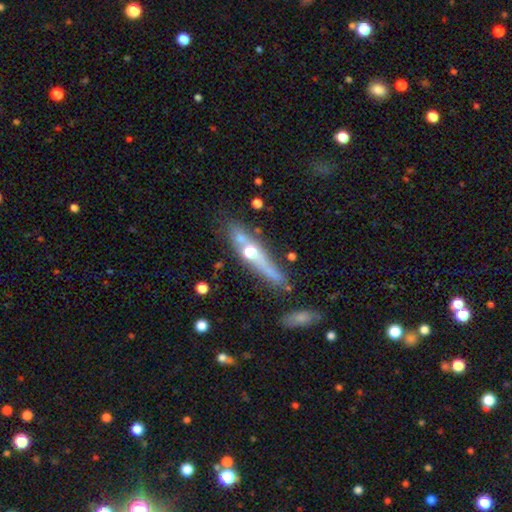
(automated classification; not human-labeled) smooth-or-featured: featured or disk: 56% | smooth: 34% | star or artifact: 10%
  disk-edge-on: yes: 82% | no: 18%
  merging: none: 57% | merger: 18% | minor disturbance: 17% | major disturbance: 9%